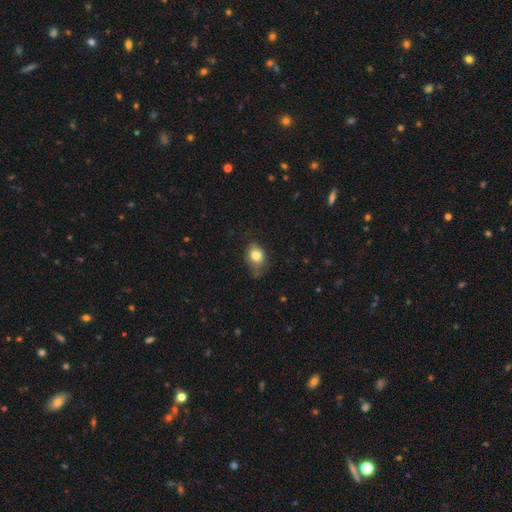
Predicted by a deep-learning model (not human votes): smooth_or_featured: smooth (p=0.80) [alt: featured or disk p=0.11]
how_rounded: in between (p=0.57) [alt: round p=0.42]
merging: none (p=0.54) [alt: minor disturbance p=0.34]